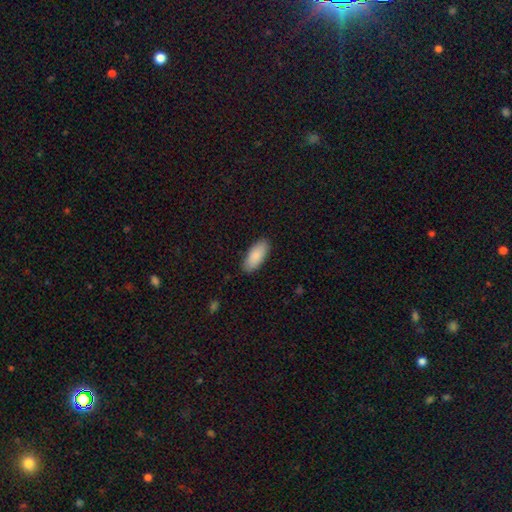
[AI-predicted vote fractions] The model was most divided on "how rounded": in between: 86%, cigar-shaped: 12%, round: 2%. More confident: smooth or featured — smooth (88%); merging — none (88%).